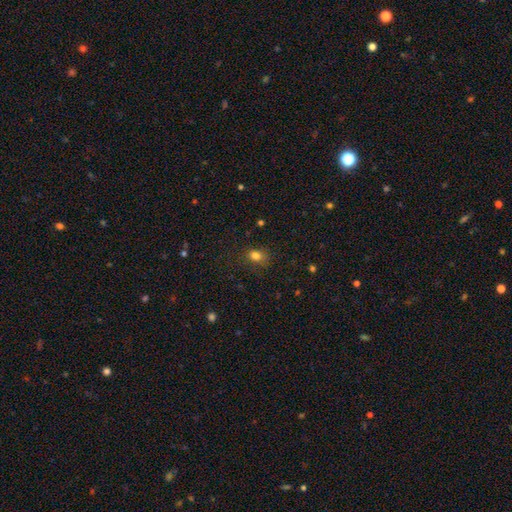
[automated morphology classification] A smooth galaxy with no disk features (80%) that is in between round and cigar-shaped (57%).

Vote fractions:
- Smooth or featured? smooth: 80% / star or artifact: 14% / featured or disk: 6%
- How rounded? in between: 57% / round: 42% / cigar-shaped: 1%
- Merging? none: 75% / minor disturbance: 17% / major disturbance: 6% / merger: 2%